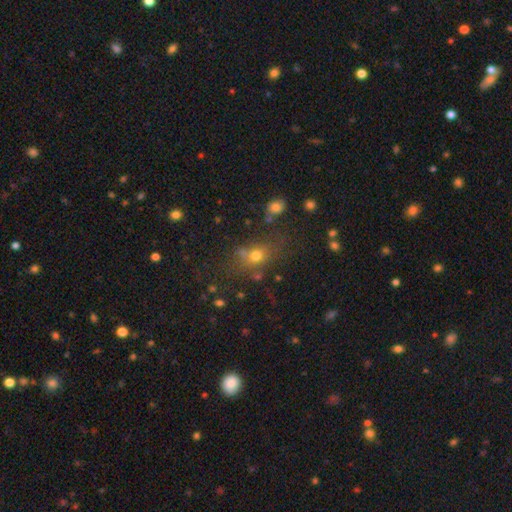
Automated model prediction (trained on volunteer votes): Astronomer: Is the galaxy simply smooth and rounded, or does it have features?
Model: smooth — 67%.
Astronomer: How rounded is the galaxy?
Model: round — 55% (runner-up: in between, 42%).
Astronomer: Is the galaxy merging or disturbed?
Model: none — 61%.